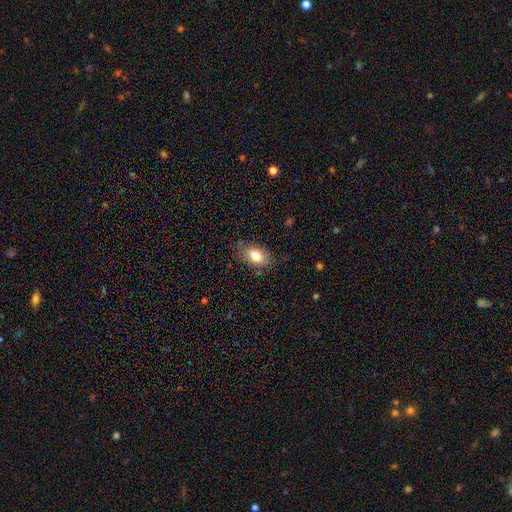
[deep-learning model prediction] Smooth or featured? smooth (79%)
How rounded? in between (88%)
Merging? none (78%)